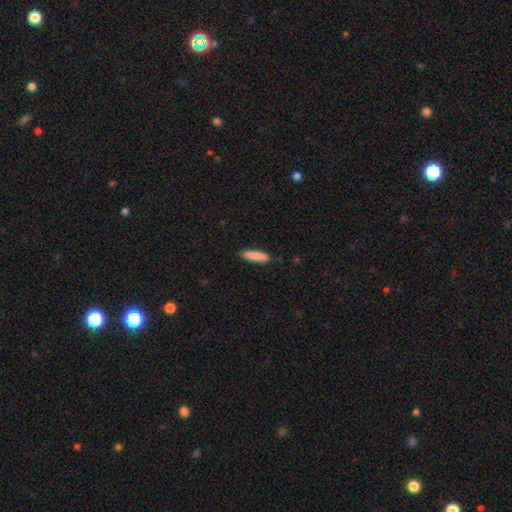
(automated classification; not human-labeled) smooth-or-featured: smooth: 88% | featured or disk: 6% | star or artifact: 6%
  how-rounded: cigar-shaped: 64% | in between: 34% | round: 1%
  merging: none: 84% | minor disturbance: 13% | major disturbance: 2% | merger: 1%